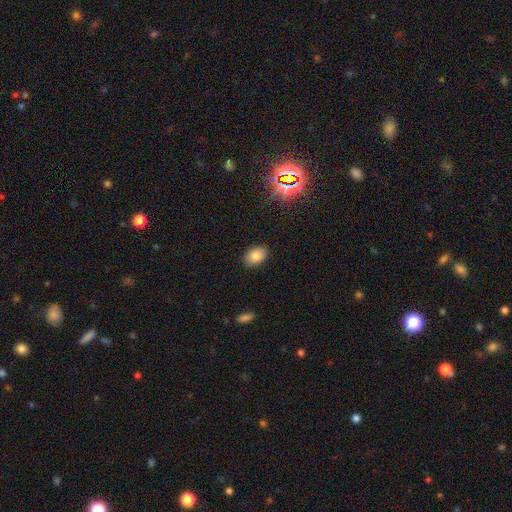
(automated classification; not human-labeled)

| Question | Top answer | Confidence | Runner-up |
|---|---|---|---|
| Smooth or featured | smooth | 83% | star or artifact (11%) |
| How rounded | in between | 83% | round (16%) |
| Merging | none | 87% | minor disturbance (10%) |